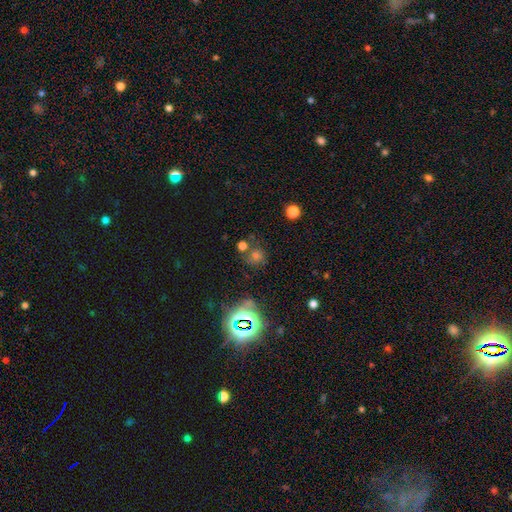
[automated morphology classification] Q: Smooth or featured?
A: star or artifact (47%); runner-up: smooth (41%)